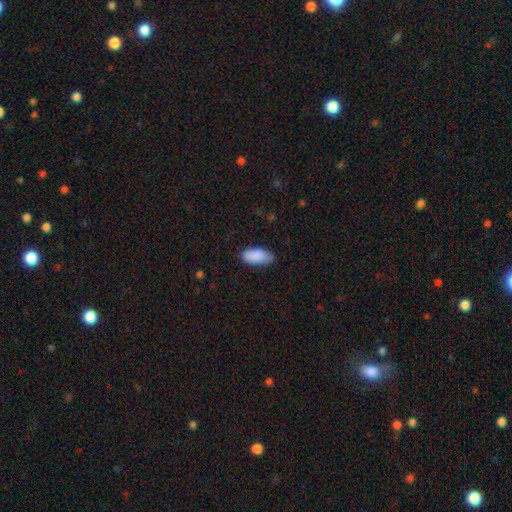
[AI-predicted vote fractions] A smooth galaxy with no disk features (89%) that is in between round and cigar-shaped (90%). Merging: none (75%).